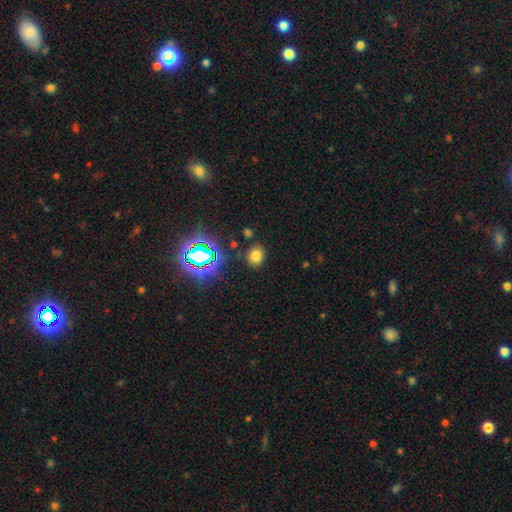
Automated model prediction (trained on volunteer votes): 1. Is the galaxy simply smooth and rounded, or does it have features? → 71% smooth, 22% star or artifact, 8% featured or disk.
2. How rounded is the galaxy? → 51% round, 47% in between, 1% cigar-shaped.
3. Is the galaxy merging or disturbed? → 85% none, 9% minor disturbance, 3% major disturbance, 3% merger.